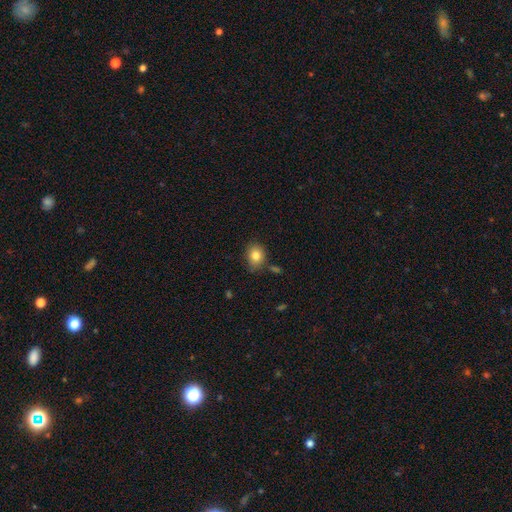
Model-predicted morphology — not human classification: The model was most divided on "how rounded": round: 51%, in between: 48%, cigar-shaped: 1%. More confident: smooth or featured — smooth (83%); merging — none (76%).